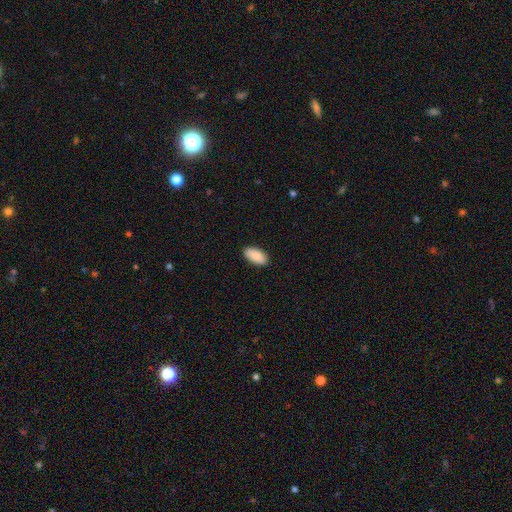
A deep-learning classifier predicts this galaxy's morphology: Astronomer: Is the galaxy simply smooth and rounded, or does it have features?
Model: smooth — 91%.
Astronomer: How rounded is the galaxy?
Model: in between — 94%.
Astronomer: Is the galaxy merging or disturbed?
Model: none — 90%.